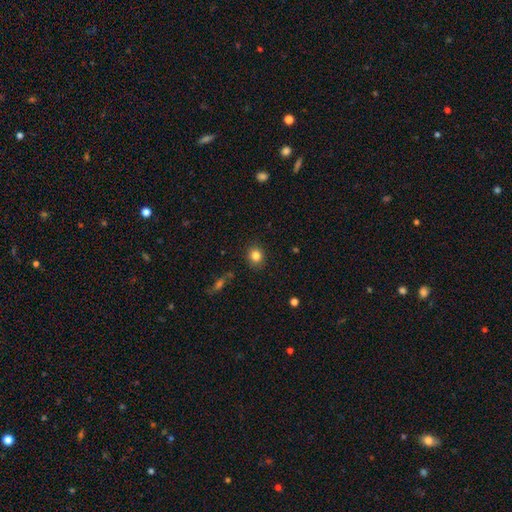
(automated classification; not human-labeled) smooth 82%, star or artifact 11%, featured or disk 6%. Down the decision tree: how rounded — round (78%); merging — none (88%).